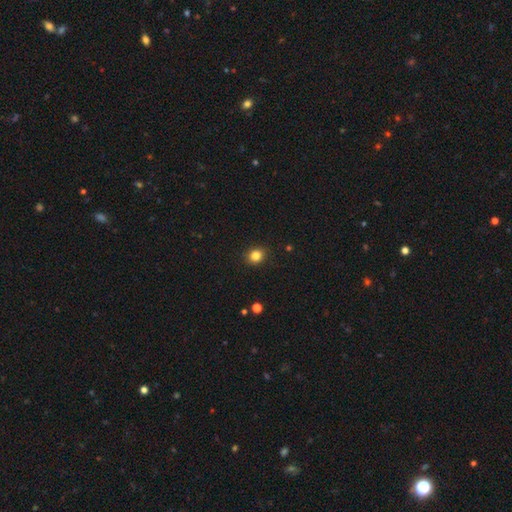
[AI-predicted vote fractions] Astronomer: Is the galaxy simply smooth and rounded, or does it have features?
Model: smooth — 83%.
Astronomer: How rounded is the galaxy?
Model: round — 75%.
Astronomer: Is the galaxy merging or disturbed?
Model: none — 90%.